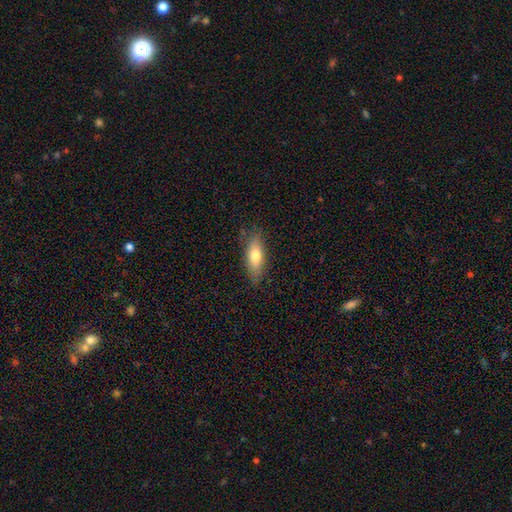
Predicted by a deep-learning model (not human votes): This is likely a smooth galaxy (70%). How rounded: likely in between (61%). Merging: clearly none (83%).